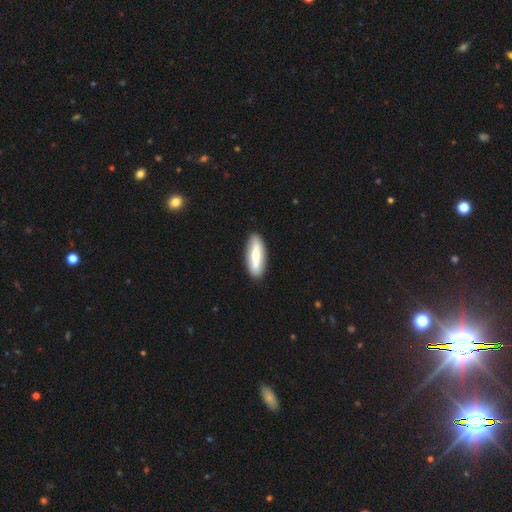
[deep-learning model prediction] smooth-or-featured: smooth: 56% | featured or disk: 39% | star or artifact: 5%
  how-rounded: in between: 59% | cigar-shaped: 39% | round: 2%
  merging: none: 87% | minor disturbance: 9% | major disturbance: 2% | merger: 2%